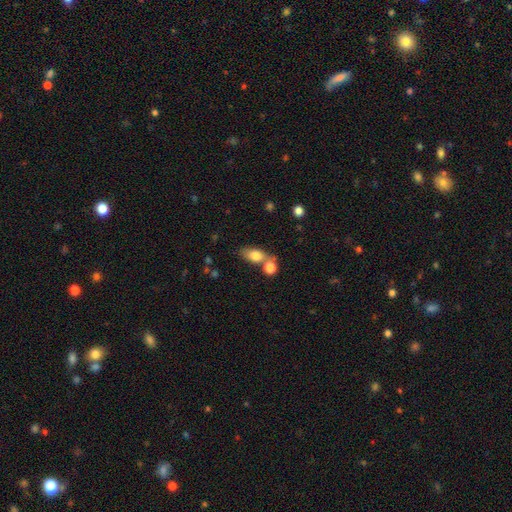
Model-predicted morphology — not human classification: The model was most divided on "merging": none: 48%, merger: 35%, minor disturbance: 12%, major disturbance: 5%. More confident: smooth or featured — smooth (78%); how rounded — in between (78%).